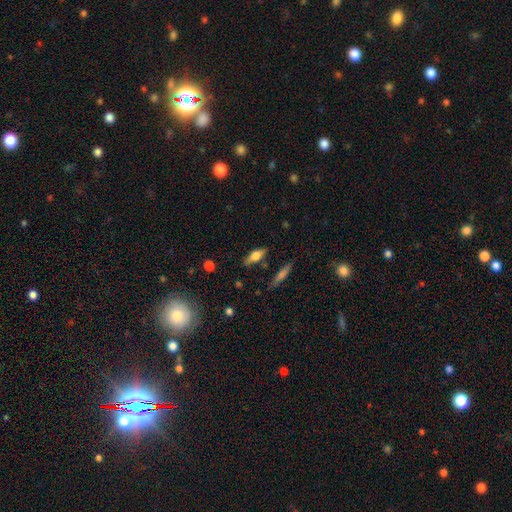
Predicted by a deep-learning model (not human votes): This is possibly a smooth galaxy (56%). How rounded: likely in between (63%). Merging: likely none (76%).